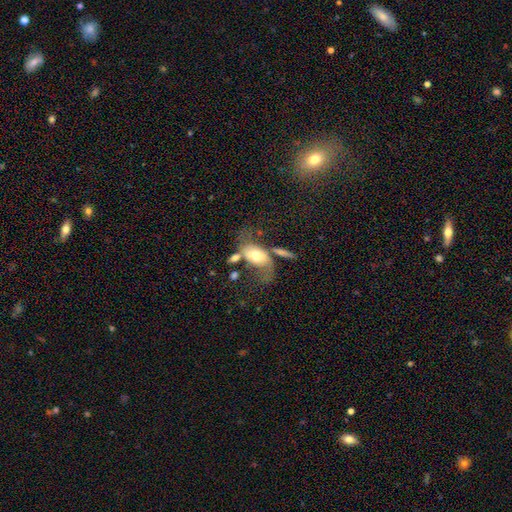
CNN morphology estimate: Smooth or featured: featured or disk — 48% (smooth — 44%)
Merging: major disturbance — 31% (none — 29%)